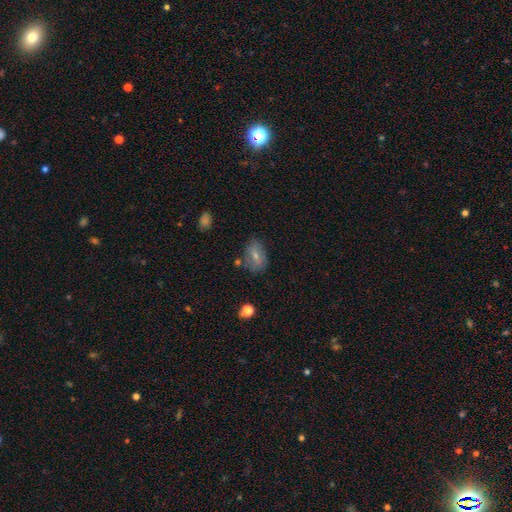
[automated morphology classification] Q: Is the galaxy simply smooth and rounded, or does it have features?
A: smooth — 64%.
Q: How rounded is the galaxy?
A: in between — 76%.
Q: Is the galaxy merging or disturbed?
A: none — 68%.